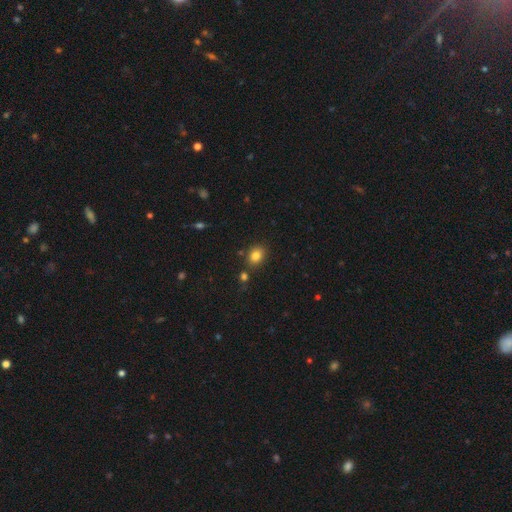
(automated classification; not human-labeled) Smooth or featured? smooth (82%)
How rounded? in between (55%)
Merging? none (79%)